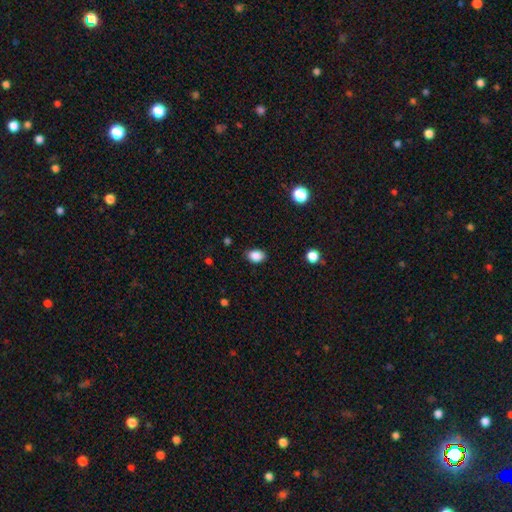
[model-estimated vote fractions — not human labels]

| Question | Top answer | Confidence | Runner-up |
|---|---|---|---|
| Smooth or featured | smooth | 87% | star or artifact (9%) |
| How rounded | in between | 77% | round (22%) |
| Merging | none | 85% | minor disturbance (11%) |